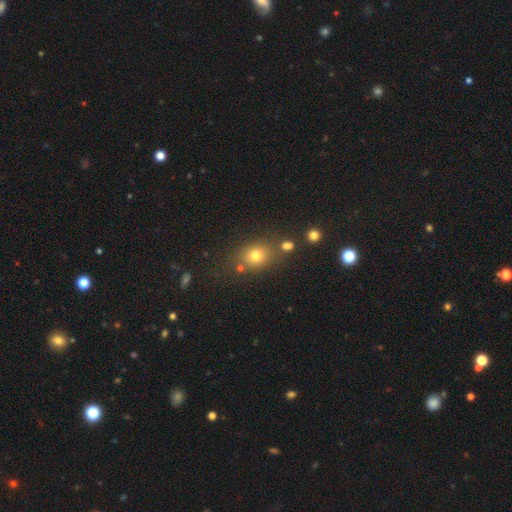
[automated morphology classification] Q: Smooth or featured?
A: smooth (74%); runner-up: star or artifact (17%)
Q: How rounded?
A: round (59%); runner-up: in between (40%)
Q: Merging?
A: none (73%); runner-up: minor disturbance (12%)